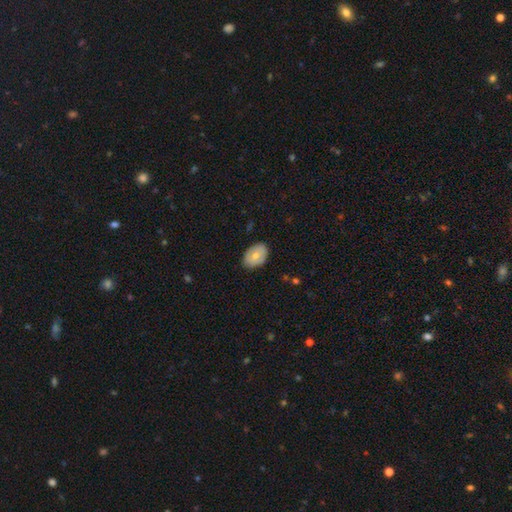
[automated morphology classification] Smooth or featured: smooth — 66% (featured or disk — 27%)
How rounded: in between — 84% (round — 15%)
Merging: none — 82% (minor disturbance — 14%)